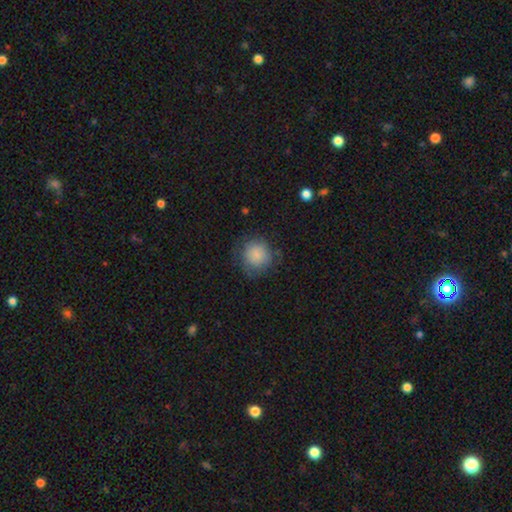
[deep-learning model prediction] Q: Smooth or featured?
A: smooth (84%); runner-up: featured or disk (8%)
Q: How rounded?
A: round (91%); runner-up: in between (8%)
Q: Merging?
A: none (73%); runner-up: minor disturbance (17%)